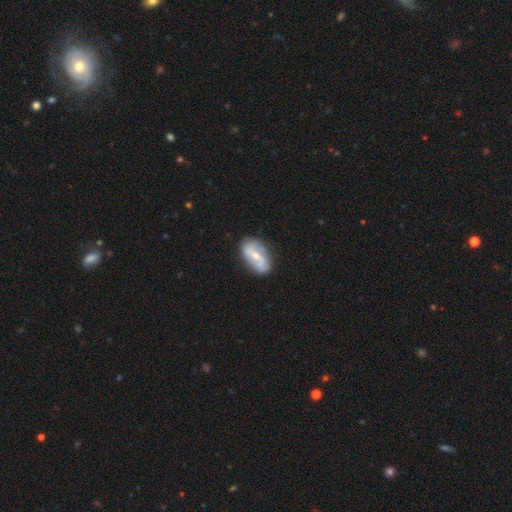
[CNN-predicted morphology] This is likely a featured or disk galaxy (66%). It is clearly not viewed edge-on (93%). Bar: marginally strong (39%, tied with weak). Spiral arm pattern: likely yes (66%). Central bulge: possibly moderate (49%). Merging: likely none (75%).